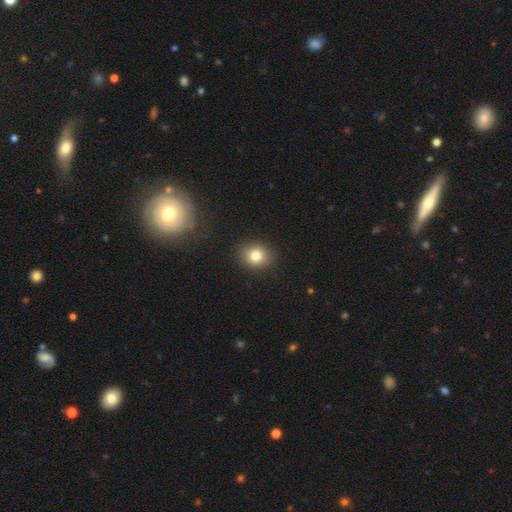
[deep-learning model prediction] Smooth or featured? smooth (81%)
How rounded? round (74%)
Merging? none (89%)